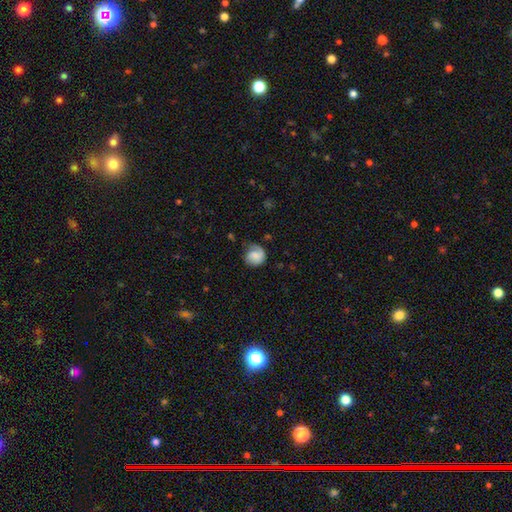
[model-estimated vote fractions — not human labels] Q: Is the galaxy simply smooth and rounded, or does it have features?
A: smooth — 62%.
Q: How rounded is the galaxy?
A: round — 81%.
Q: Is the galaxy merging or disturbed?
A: none — 60%.